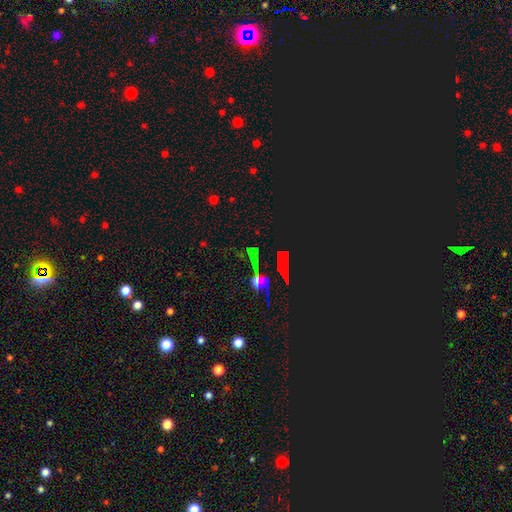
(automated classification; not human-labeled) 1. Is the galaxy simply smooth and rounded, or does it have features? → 70% star or artifact, 18% smooth, 11% featured or disk.